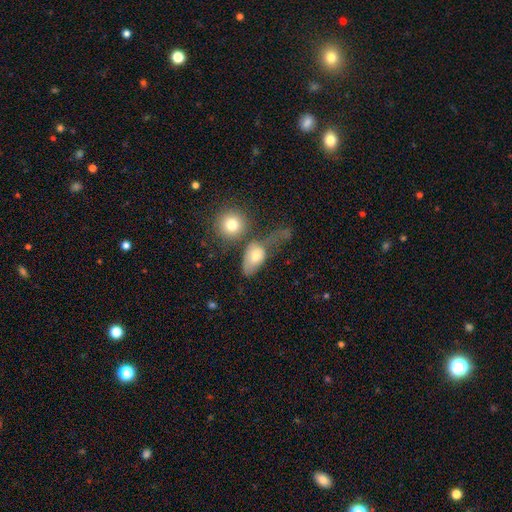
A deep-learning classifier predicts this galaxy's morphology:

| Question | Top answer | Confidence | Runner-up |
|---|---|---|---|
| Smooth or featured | smooth | 72% | featured or disk (19%) |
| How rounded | in between | 79% | round (18%) |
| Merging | none | 28% | major disturbance (27%) |